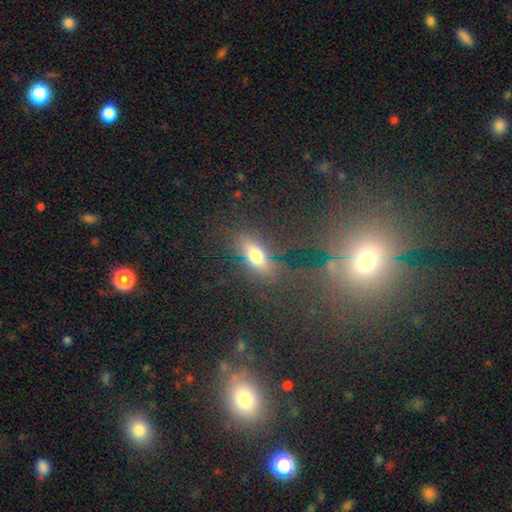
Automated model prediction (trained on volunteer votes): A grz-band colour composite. It shows a smooth galaxy with no disk features (58%) that is in between round and cigar-shaped (63%). Merging: none (71%).